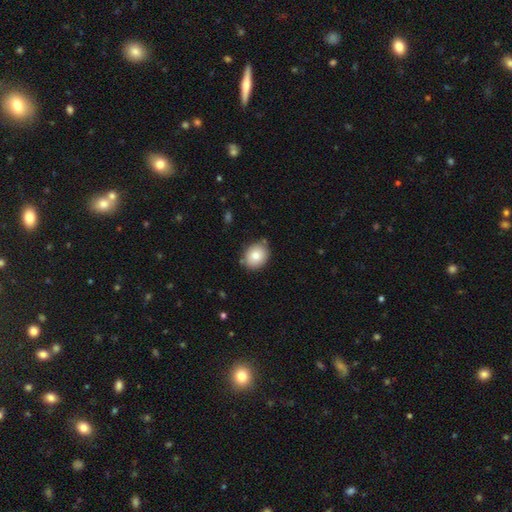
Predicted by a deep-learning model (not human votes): smooth 81%, featured or disk 11%, star or artifact 8%. Down the decision tree: how rounded — round (52%); merging — none (81%).